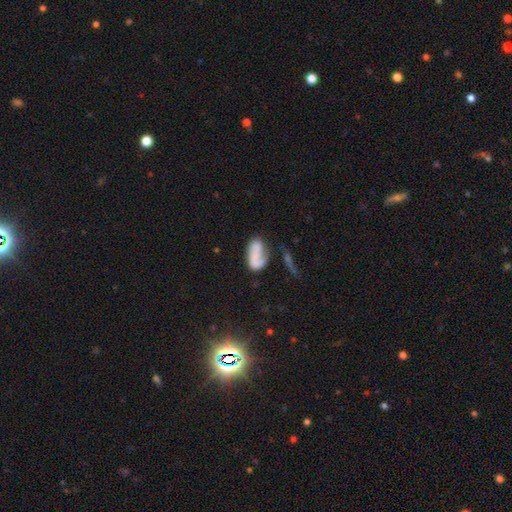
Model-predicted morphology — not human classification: Smooth or featured: smooth — 50% (featured or disk — 41%)
Merging: none — 36% (major disturbance — 25%)